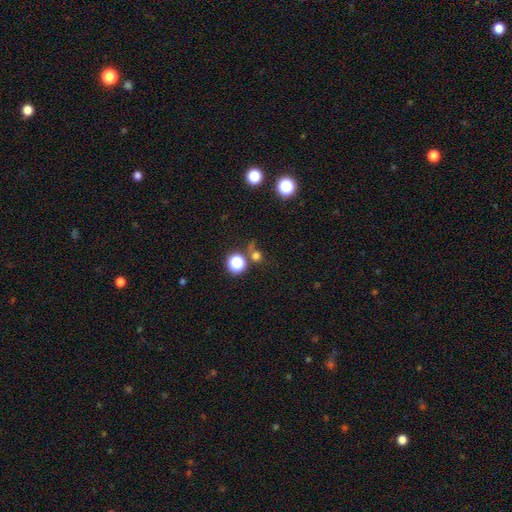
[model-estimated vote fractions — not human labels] A smooth galaxy with no disk features (61%) that is round (87%).

Vote fractions:
- Smooth or featured? smooth: 61% / star or artifact: 29% / featured or disk: 10%
- How rounded? round: 87% / in between: 11% / cigar-shaped: 1%
- Merging? none: 56% / merger: 17% / minor disturbance: 14% / major disturbance: 13%